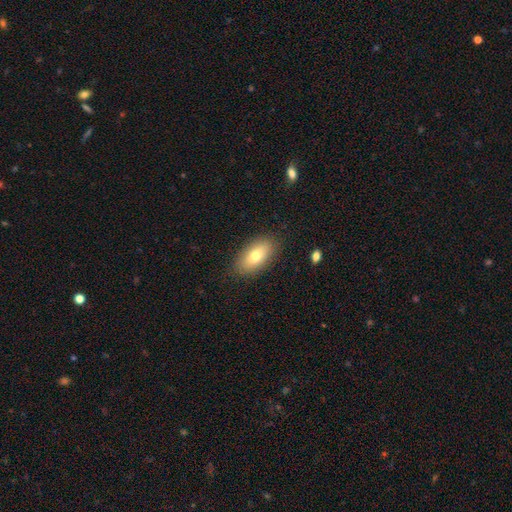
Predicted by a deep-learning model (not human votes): Smooth or featured?
  - smooth: 75% *
  - featured or disk: 18%
  - star or artifact: 7%
How rounded?
  - in between: 89% *
  - cigar-shaped: 7%
  - round: 4%
Merging?
  - none: 86% *
  - minor disturbance: 10%
  - major disturbance: 3%
  - merger: 1%